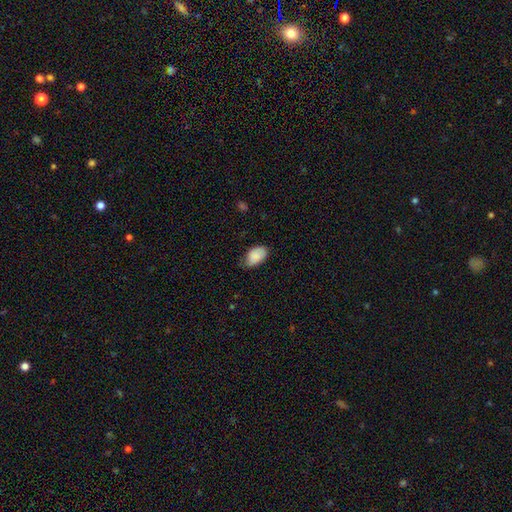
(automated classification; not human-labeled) Overall: smooth (86%). How rounded: in between (92%). Merging: none (59%; minor disturbance 34%).